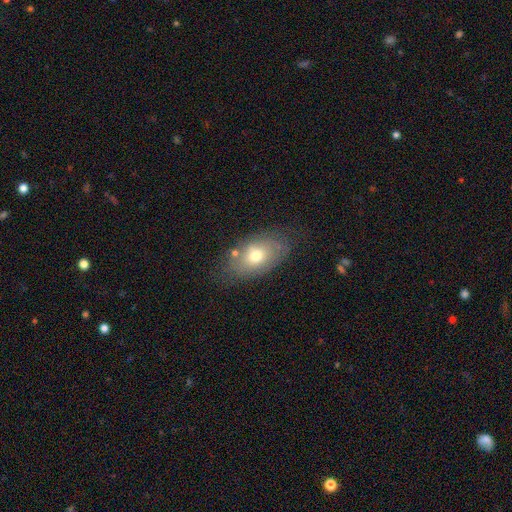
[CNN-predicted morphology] A smooth galaxy with no disk features (64%) that is in between round and cigar-shaped (88%).

Vote fractions:
- Smooth or featured? smooth: 64% / featured or disk: 27% / star or artifact: 9%
- How rounded? in between: 88% / round: 11% / cigar-shaped: 2%
- Merging? none: 68% / minor disturbance: 20% / major disturbance: 7% / merger: 5%